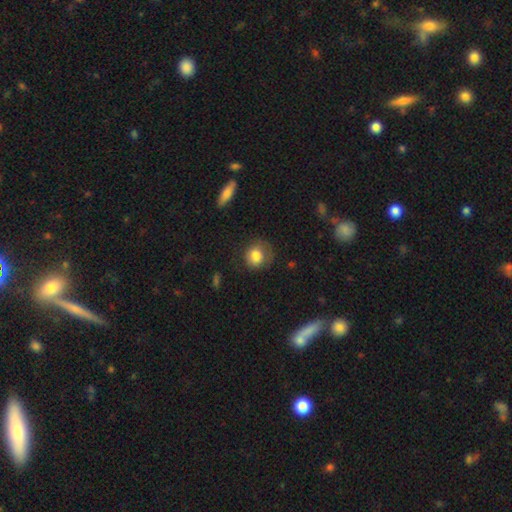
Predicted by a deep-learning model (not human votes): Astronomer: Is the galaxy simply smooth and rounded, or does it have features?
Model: smooth — 80%.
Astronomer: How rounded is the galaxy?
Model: round — 74%.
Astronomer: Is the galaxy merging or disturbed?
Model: none — 64%.